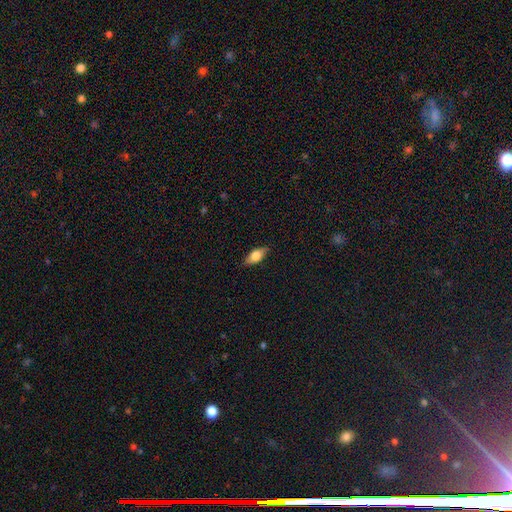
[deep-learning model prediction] A smooth galaxy with no disk features (67%) that is in between round and cigar-shaped (80%).

Vote fractions:
- Smooth or featured? smooth: 67% / featured or disk: 26% / star or artifact: 7%
- How rounded? in between: 80% / cigar-shaped: 15% / round: 5%
- Merging? none: 84% / minor disturbance: 12% / major disturbance: 2% / merger: 1%